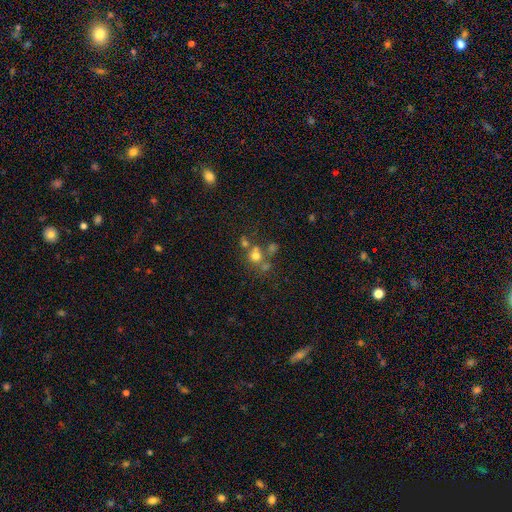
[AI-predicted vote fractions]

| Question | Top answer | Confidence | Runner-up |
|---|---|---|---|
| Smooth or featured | smooth | 62% | star or artifact (20%) |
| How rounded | round | 83% | in between (16%) |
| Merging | none | 48% | merger (37%) |